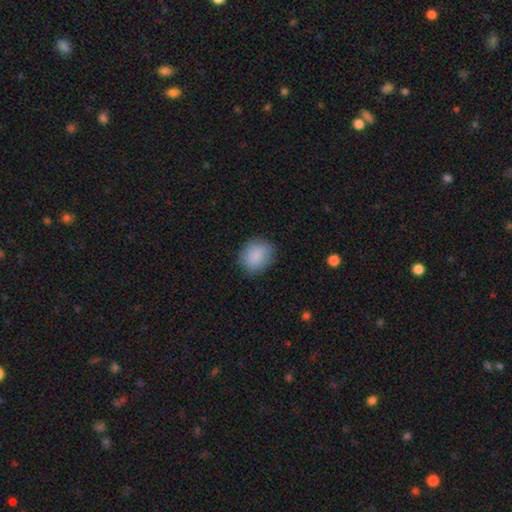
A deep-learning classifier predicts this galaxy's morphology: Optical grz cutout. It shows a smooth galaxy with no disk features (86%) that is round (69%). Merging: none (81%).